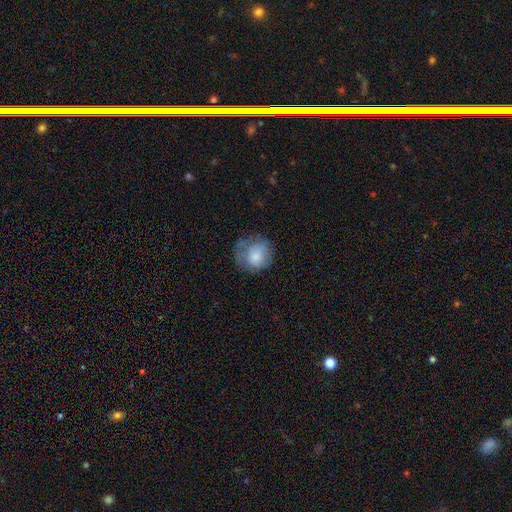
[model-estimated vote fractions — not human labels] Overall: smooth (75%). How rounded: round (81%). Merging: none (51%; minor disturbance 30%).